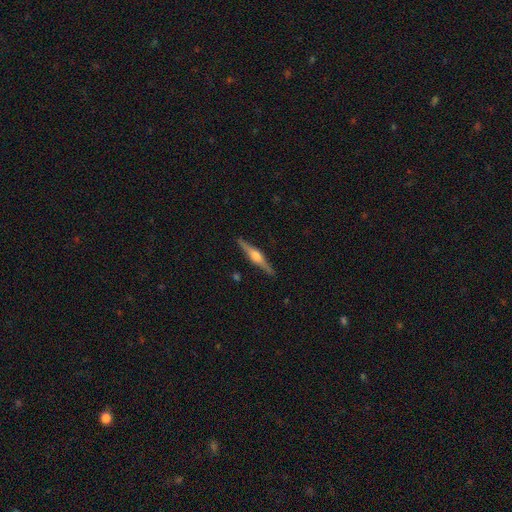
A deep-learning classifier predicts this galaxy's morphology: A featured or disk galaxy (78%) viewed edge-on (98%) with a rounded central bulge (89%).

Vote fractions:
- Smooth or featured? featured or disk: 78% / smooth: 16% / star or artifact: 5%
- Edge-on disk? yes: 98% / no: 2%
- Edge-on bulge? rounded: 89% / boxy: 8% / none: 2%
- Merging? none: 91% / minor disturbance: 6% / major disturbance: 1% / merger: 1%